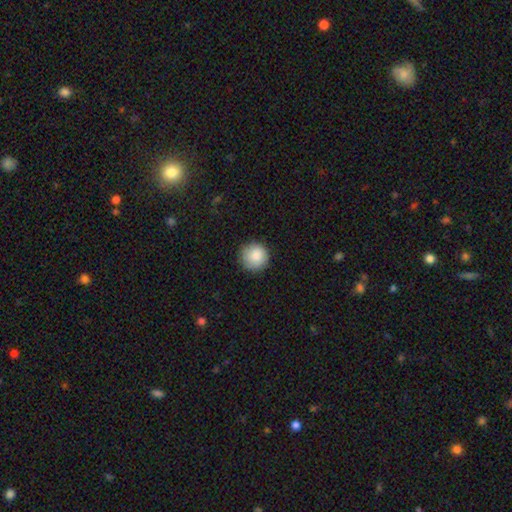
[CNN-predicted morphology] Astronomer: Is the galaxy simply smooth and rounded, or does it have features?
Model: smooth — 87%.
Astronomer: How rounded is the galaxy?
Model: round — 95%.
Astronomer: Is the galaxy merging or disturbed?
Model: none — 87%.